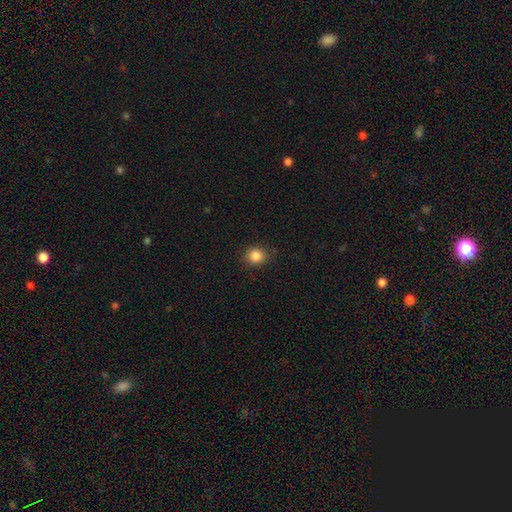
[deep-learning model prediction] Q: Smooth or featured?
A: smooth (85%); runner-up: star or artifact (11%)
Q: How rounded?
A: round (80%); runner-up: in between (19%)
Q: Merging?
A: none (88%); runner-up: minor disturbance (9%)